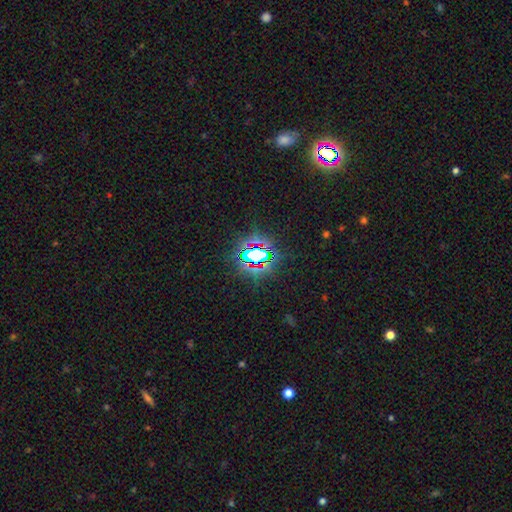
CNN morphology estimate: A star or artifact, not a galaxy (74%).

Vote fractions:
- Smooth or featured? star or artifact: 74% / smooth: 16% / featured or disk: 10%